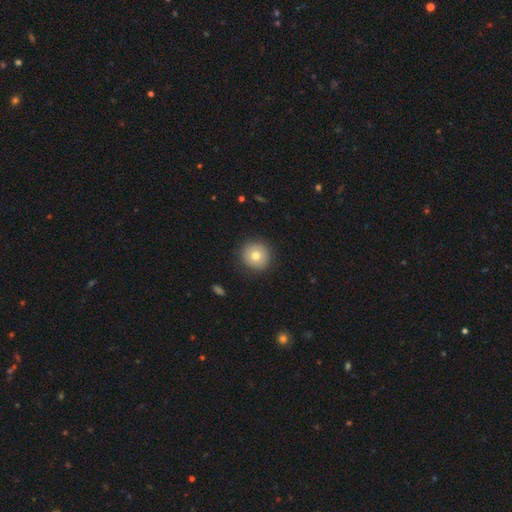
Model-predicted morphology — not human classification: Smooth or featured? Predicted: smooth (p=0.75). How rounded? Predicted: round (p=0.94). Merging? Predicted: none (p=0.88).